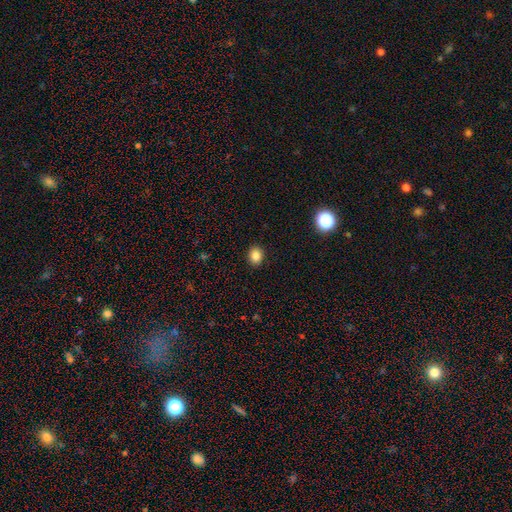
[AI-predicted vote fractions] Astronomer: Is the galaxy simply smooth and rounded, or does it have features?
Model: smooth — 86%.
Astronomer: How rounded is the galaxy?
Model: round — 55% (runner-up: in between, 44%).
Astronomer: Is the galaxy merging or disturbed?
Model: none — 90%.